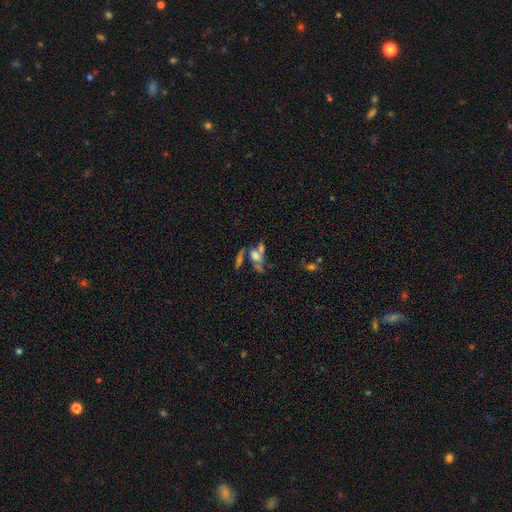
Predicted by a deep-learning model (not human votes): Overall: featured or disk (42%, tied with smooth). Merging: merger (44%; none 27%).